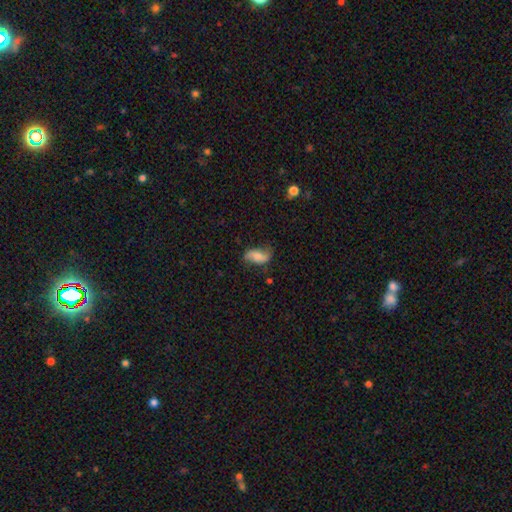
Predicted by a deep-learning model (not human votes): featured or disk 48%, smooth 44%, star or artifact 8%. Down the decision tree: merging — none (69%).